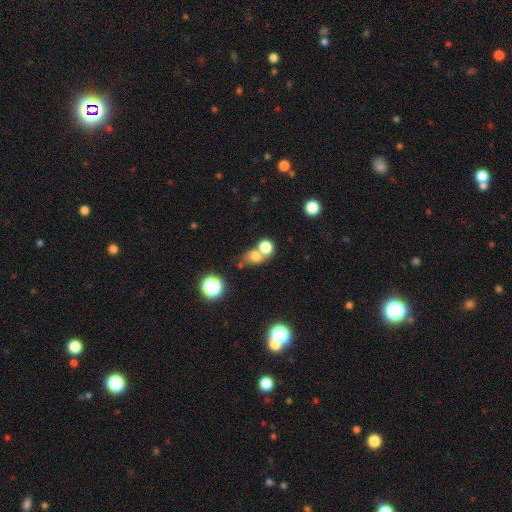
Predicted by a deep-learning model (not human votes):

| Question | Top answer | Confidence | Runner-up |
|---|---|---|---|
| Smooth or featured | smooth | 71% | star or artifact (16%) |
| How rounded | round | 55% | in between (43%) |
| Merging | merger | 47% | none (39%) |